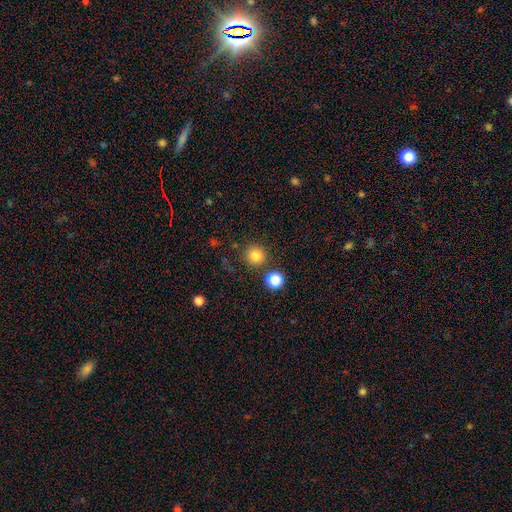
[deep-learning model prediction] A smooth galaxy with no disk features (83%) that is round (93%). Merging: none (84%).